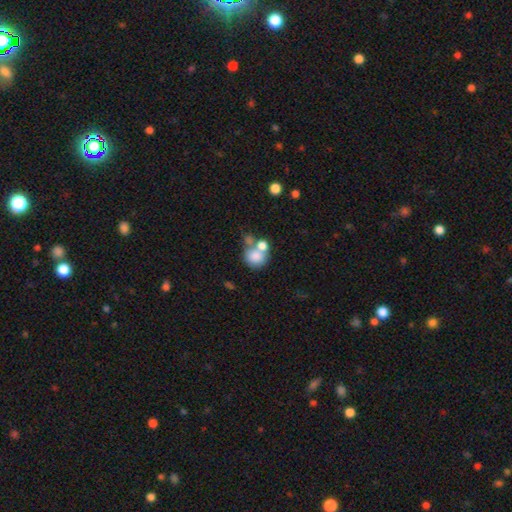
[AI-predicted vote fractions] This appears to be a smooth galaxy with no disk features (76%) that is round (77%). Merging: merger (49%).